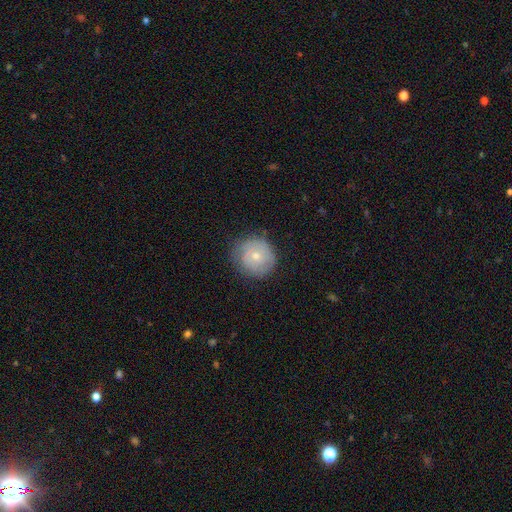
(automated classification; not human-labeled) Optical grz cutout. It shows a smooth galaxy with no disk features (51%) that is round (92%). Merging: none (75%).